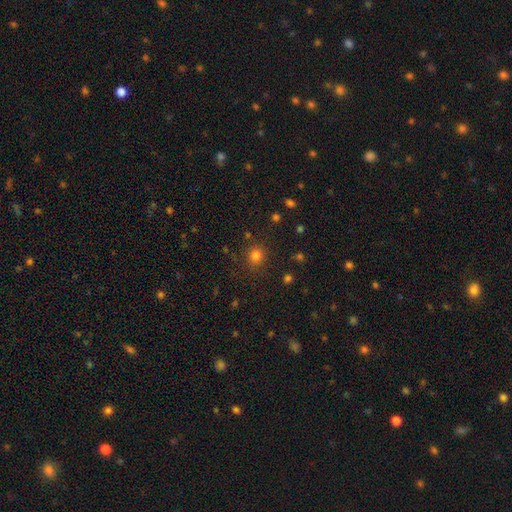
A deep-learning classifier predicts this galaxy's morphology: The model was most divided on "smooth or featured": smooth: 78%, star or artifact: 16%, featured or disk: 5%. More confident: how rounded — round (87%); merging — none (86%).